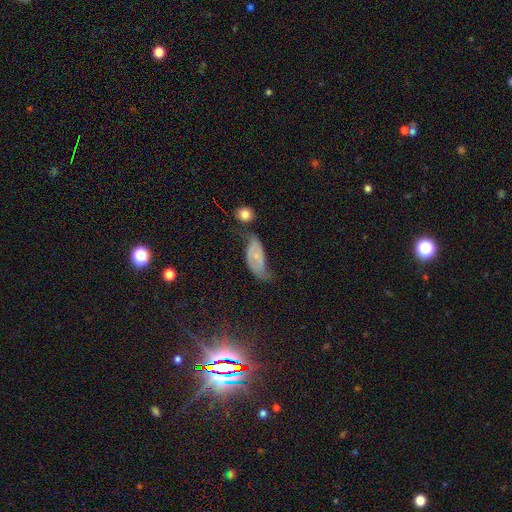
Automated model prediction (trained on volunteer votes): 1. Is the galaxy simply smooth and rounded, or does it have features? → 47% featured or disk, 41% smooth, 12% star or artifact.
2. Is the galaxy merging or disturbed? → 32% minor disturbance, 31% none, 28% major disturbance, 9% merger.